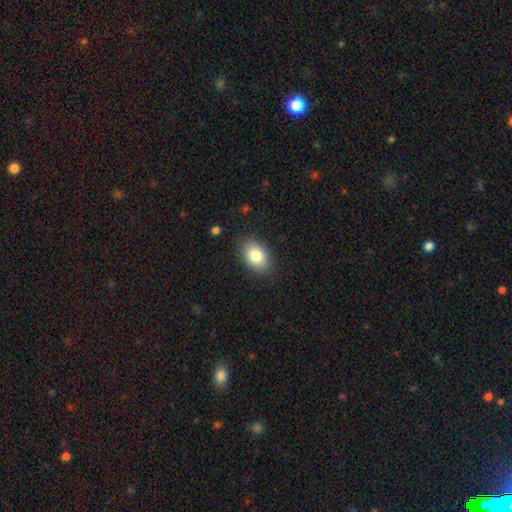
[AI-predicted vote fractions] smooth-or-featured: smooth: 83% | featured or disk: 10% | star or artifact: 7%
  how-rounded: in between: 86% | round: 13% | cigar-shaped: 1%
  merging: none: 86% | minor disturbance: 10% | major disturbance: 3% | merger: 1%